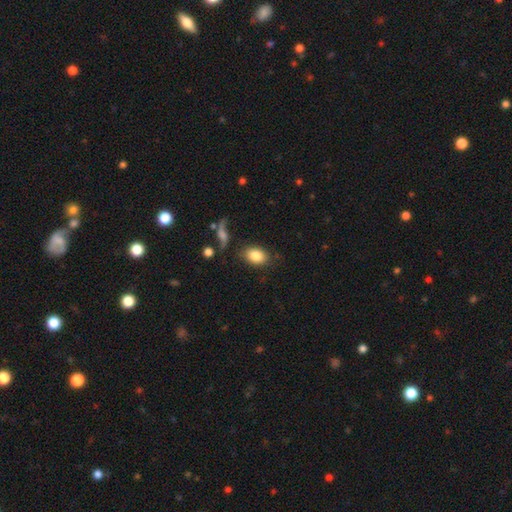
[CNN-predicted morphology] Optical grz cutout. It shows a smooth galaxy with no disk features (84%) that is in between round and cigar-shaped (81%). Merging: none (77%).